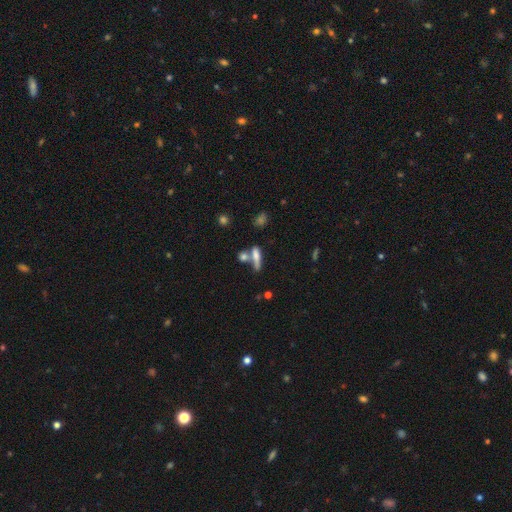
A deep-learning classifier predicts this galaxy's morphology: Smooth or featured? Predicted: smooth (p=0.63). How rounded? Predicted: cigar-shaped (p=0.63). Merging? Predicted: none (p=0.46).